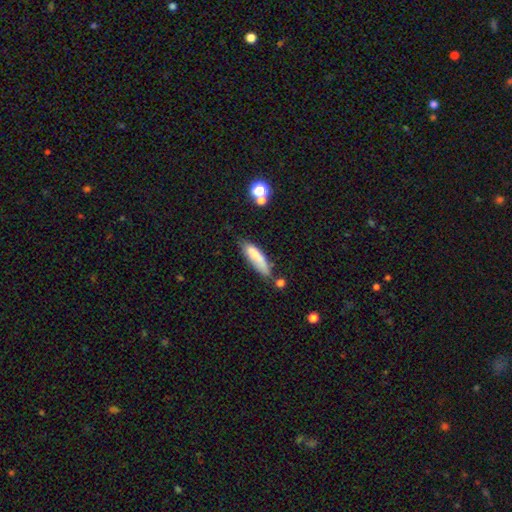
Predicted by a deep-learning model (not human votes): Smooth or featured? smooth (72%)
How rounded? cigar-shaped (59%)
Merging? none (51%)